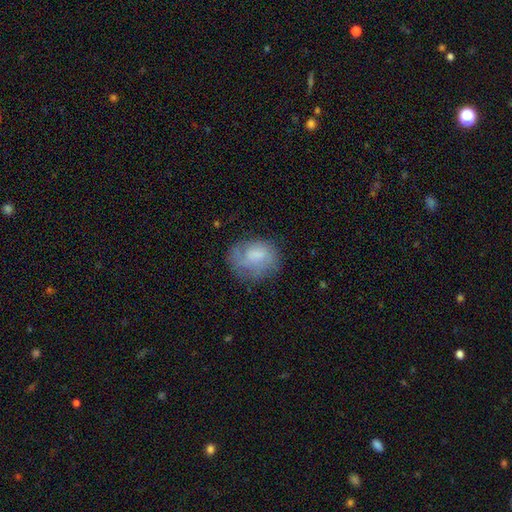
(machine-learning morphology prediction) Smooth or featured: smooth — 58% (featured or disk — 34%)
How rounded: round — 53% (in between — 46%)
Merging: none — 59% (minor disturbance — 24%)